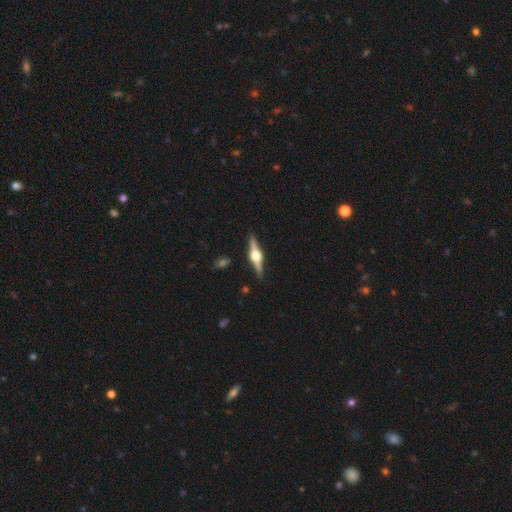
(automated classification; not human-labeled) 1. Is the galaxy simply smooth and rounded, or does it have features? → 81% featured or disk, 13% smooth, 6% star or artifact.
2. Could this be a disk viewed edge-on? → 98% yes, 2% no.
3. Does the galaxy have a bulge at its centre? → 95% rounded, 4% boxy, 1% none.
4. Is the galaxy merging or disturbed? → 89% none, 7% minor disturbance, 2% major disturbance, 1% merger.